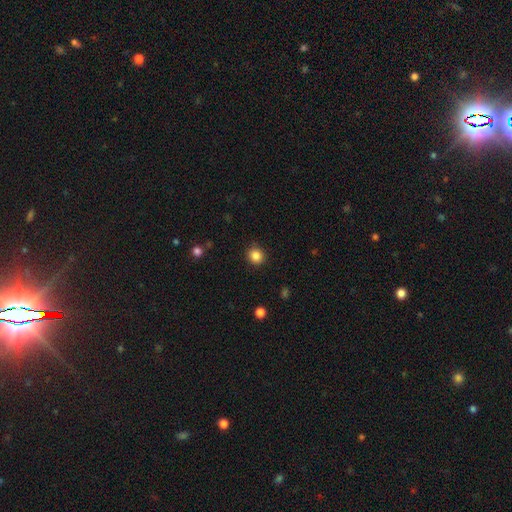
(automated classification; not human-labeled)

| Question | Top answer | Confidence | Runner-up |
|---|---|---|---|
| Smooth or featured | smooth | 85% | star or artifact (11%) |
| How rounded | round | 89% | in between (10%) |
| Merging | none | 89% | minor disturbance (8%) |